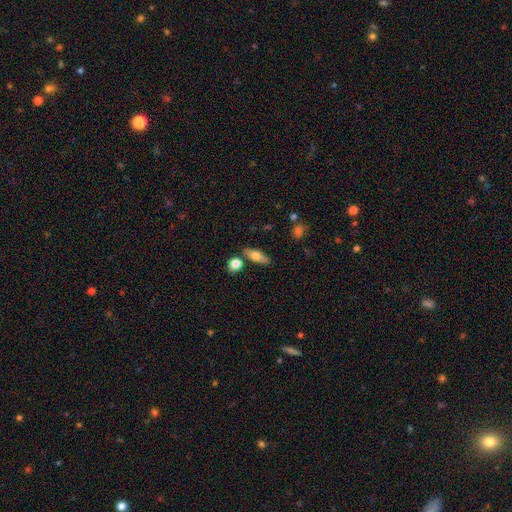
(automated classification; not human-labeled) Morphology: type=smooth (64%); roundness=in between (61%); merging=none (76%).